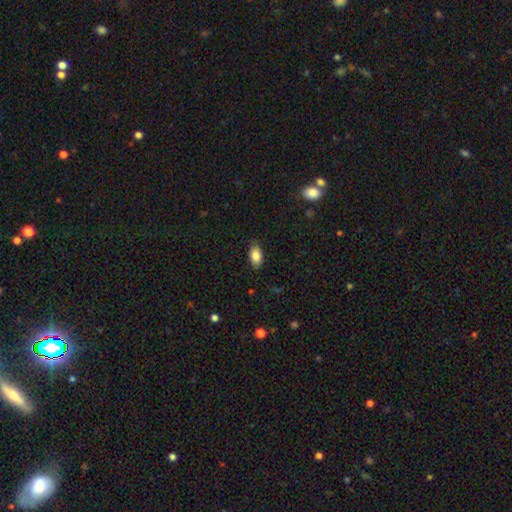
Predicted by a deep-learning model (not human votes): smooth-or-featured: smooth: 85% | star or artifact: 7% | featured or disk: 7%
  how-rounded: in between: 91% | round: 7% | cigar-shaped: 2%
  merging: none: 83% | minor disturbance: 13% | major disturbance: 3% | merger: 1%